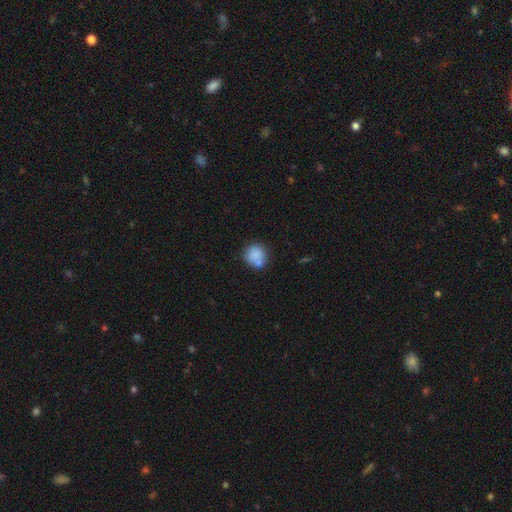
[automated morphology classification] smooth_or_featured: smooth (p=0.82) [alt: featured or disk p=0.10]
how_rounded: round (p=0.87) [alt: in between p=0.12]
merging: none (p=0.59) [alt: merger p=0.22]